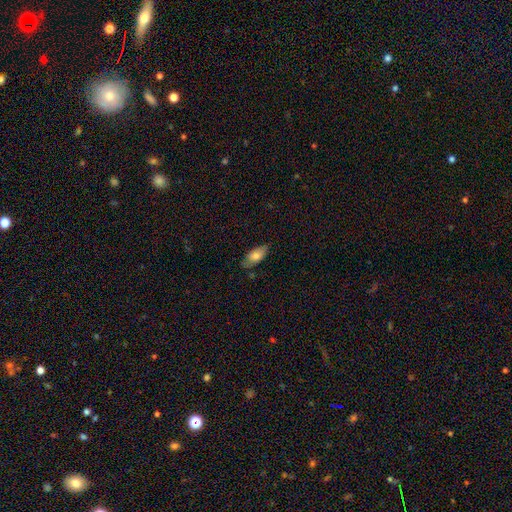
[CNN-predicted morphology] smooth 74%, featured or disk 19%, star or artifact 7%. Down the decision tree: how rounded — in between (88%); merging — none (71%).